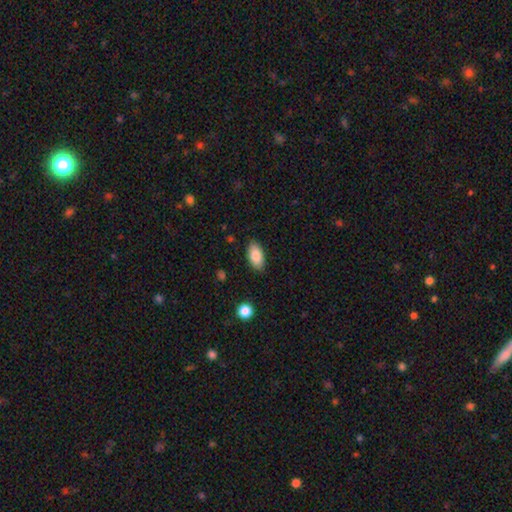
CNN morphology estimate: The model was most divided on "merging": none: 86%, minor disturbance: 10%, major disturbance: 2%, merger: 1%. More confident: how rounded — in between (94%); smooth or featured — smooth (86%).